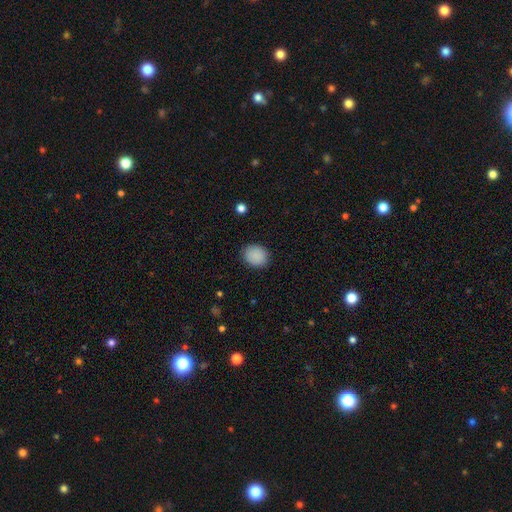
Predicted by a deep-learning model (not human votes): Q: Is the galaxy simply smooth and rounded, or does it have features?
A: smooth — 89%.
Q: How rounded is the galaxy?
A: round — 62%.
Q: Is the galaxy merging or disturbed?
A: none — 88%.